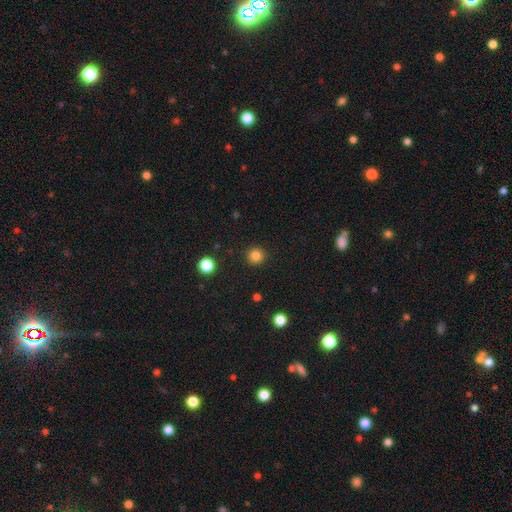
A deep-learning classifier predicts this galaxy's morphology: This is clearly a smooth galaxy (83%). How rounded: clearly round (94%). Merging: clearly none (92%).